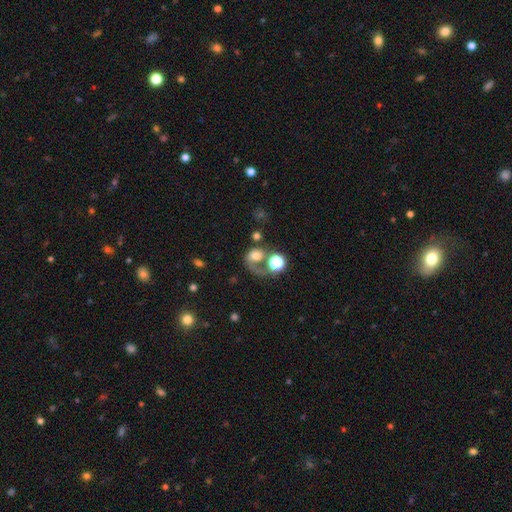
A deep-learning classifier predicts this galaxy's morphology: A smooth galaxy with no disk features (50%). Merging: major disturbance (35%).